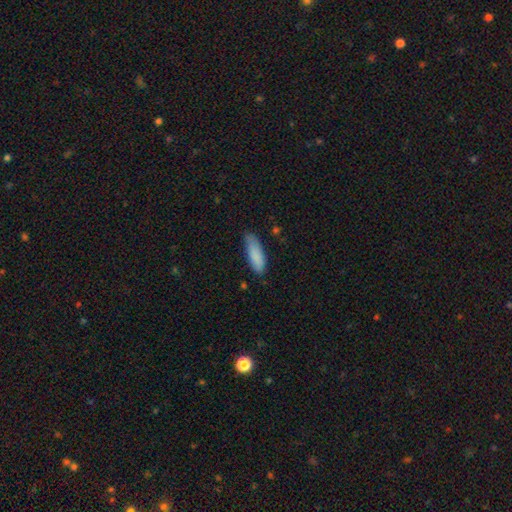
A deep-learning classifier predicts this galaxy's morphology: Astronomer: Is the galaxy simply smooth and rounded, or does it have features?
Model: smooth — 86%.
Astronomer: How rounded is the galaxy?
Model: in between — 57% (runner-up: cigar-shaped, 41%).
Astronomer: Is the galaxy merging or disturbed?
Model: none — 70%.